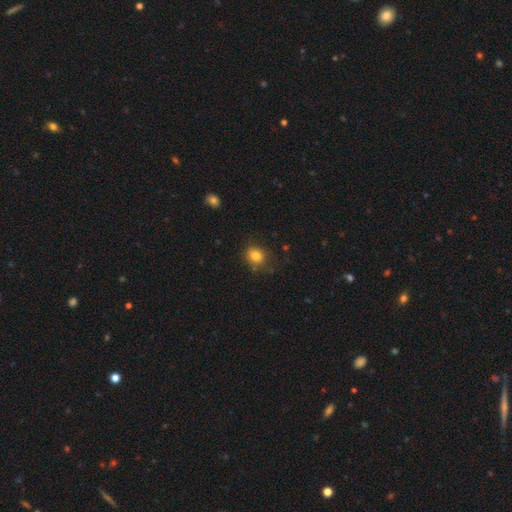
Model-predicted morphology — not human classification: The model was most divided on "how rounded": round: 69%, in between: 30%, cigar-shaped: 1%. More confident: smooth or featured — smooth (82%); merging — none (77%).